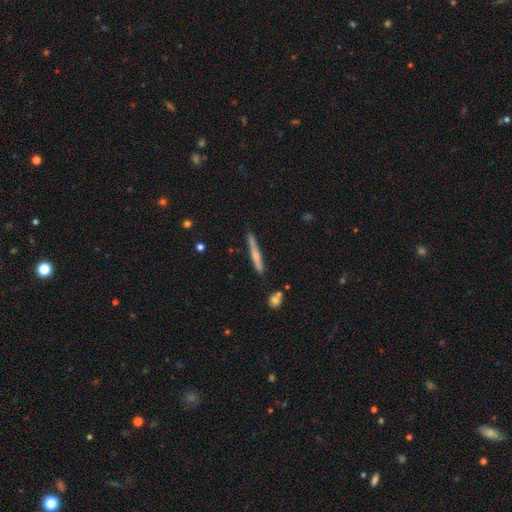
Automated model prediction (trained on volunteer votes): This is possibly a smooth galaxy (56%). How rounded: clearly cigar-shaped (95%). Merging: clearly none (83%).